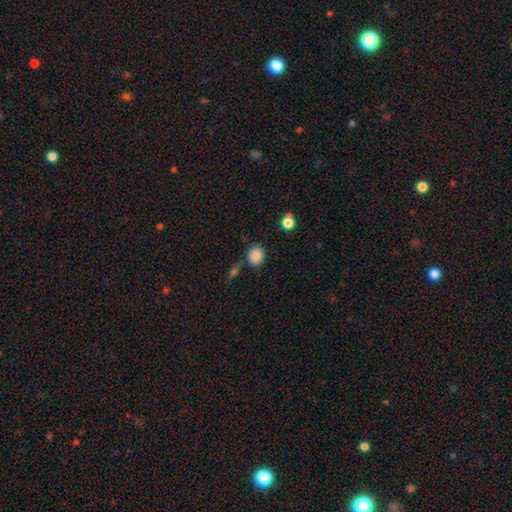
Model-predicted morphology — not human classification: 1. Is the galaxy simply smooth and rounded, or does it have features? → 86% smooth, 10% star or artifact, 4% featured or disk.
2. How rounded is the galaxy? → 59% round, 40% in between, 1% cigar-shaped.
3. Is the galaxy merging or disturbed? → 70% none, 16% minor disturbance, 9% merger, 5% major disturbance.